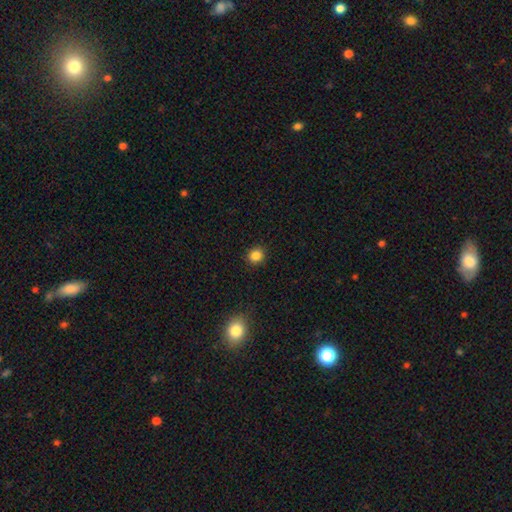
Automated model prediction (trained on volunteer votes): The model was most divided on "smooth or featured": smooth: 84%, star or artifact: 12%, featured or disk: 4%. More confident: merging — none (91%); how rounded — round (88%).